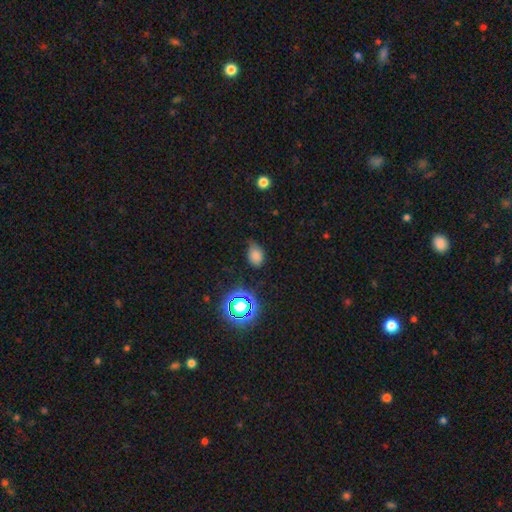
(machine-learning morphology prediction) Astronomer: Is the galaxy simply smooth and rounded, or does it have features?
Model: smooth — 73%.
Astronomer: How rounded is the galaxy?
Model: in between — 76%.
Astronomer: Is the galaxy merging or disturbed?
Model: none — 60%.